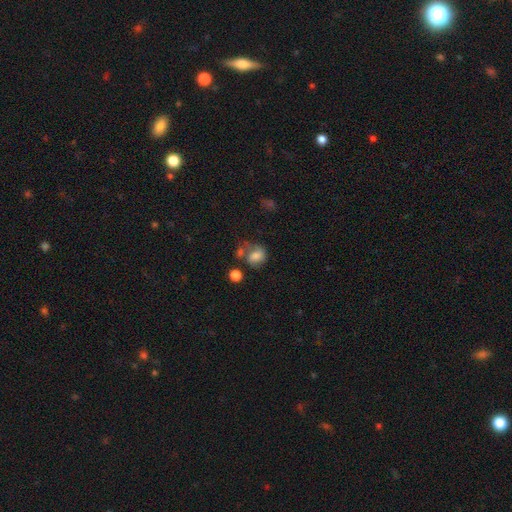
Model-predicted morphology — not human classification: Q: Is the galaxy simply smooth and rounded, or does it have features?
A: smooth — 70%.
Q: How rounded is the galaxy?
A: round — 61%.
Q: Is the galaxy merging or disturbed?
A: none — 41%.